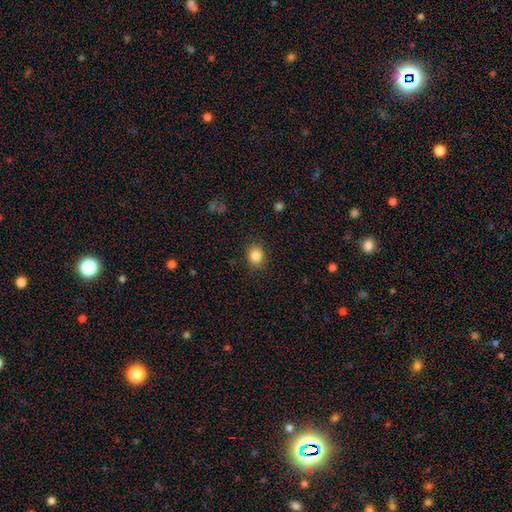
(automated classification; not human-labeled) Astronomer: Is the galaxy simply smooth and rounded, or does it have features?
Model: smooth — 85%.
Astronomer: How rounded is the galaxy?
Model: round — 70%.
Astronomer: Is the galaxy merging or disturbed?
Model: none — 88%.